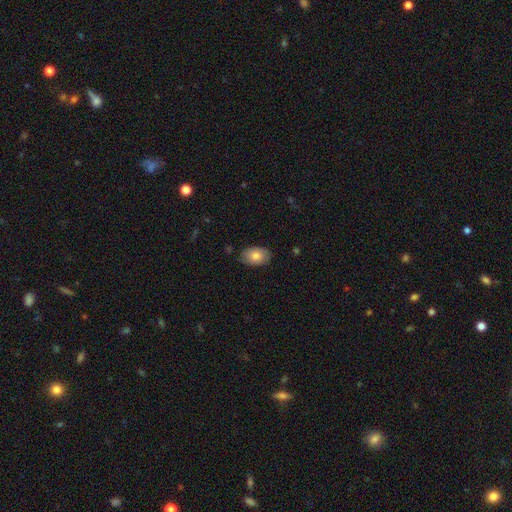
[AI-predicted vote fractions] A smooth galaxy with no disk features (79%) that is in between round and cigar-shaped (88%).

Vote fractions:
- Smooth or featured? smooth: 79% / featured or disk: 14% / star or artifact: 7%
- How rounded? in between: 88% / round: 10% / cigar-shaped: 1%
- Merging? none: 81% / minor disturbance: 15% / major disturbance: 3% / merger: 1%